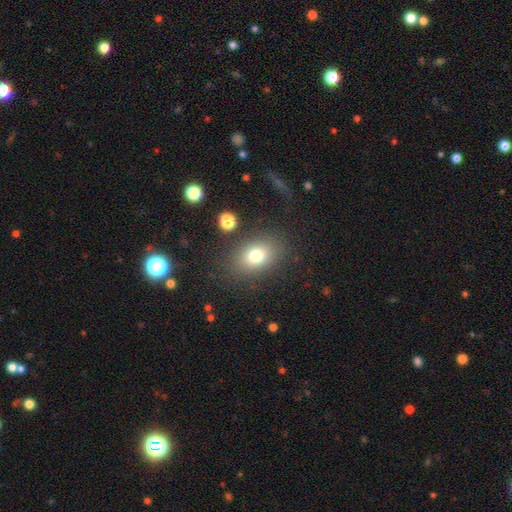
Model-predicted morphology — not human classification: Overall: smooth (77%). How rounded: in between (71%). Merging: none (82%).